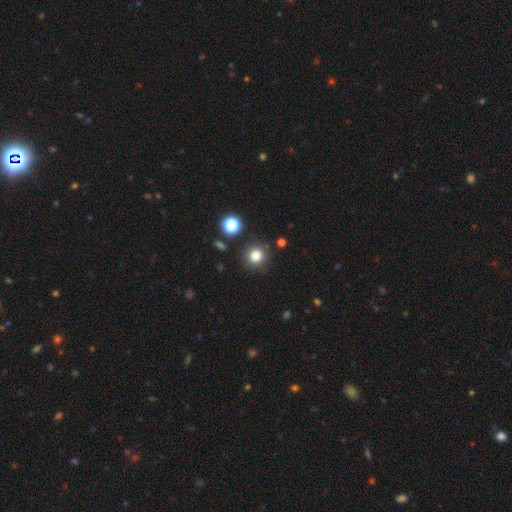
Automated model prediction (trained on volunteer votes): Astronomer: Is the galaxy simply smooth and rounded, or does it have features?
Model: smooth — 81%.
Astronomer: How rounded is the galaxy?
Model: round — 93%.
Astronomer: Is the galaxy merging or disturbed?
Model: none — 86%.